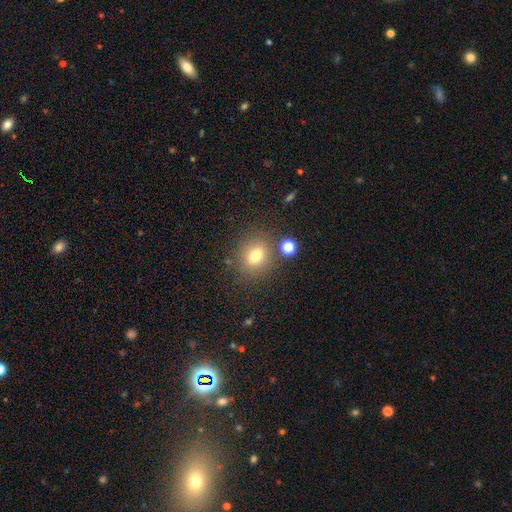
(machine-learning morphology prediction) smooth 76%, star or artifact 13%, featured or disk 11%. Down the decision tree: how rounded — round (62%); merging — none (76%).